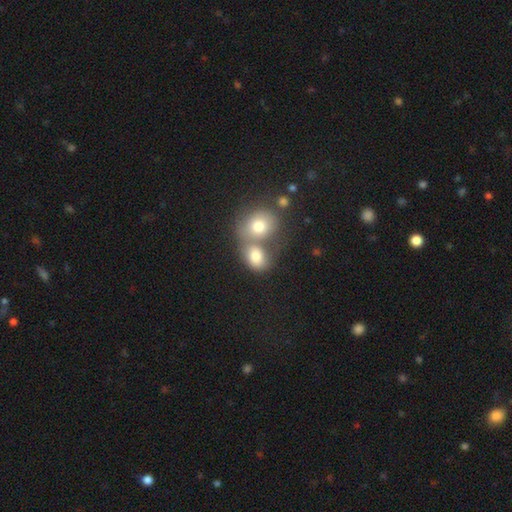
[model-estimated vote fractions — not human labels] smooth-or-featured: smooth: 73% | featured or disk: 14% | star or artifact: 13%
  how-rounded: round: 50% | in between: 48% | cigar-shaped: 1%
  merging: merger: 60% | none: 28% | minor disturbance: 8% | major disturbance: 4%